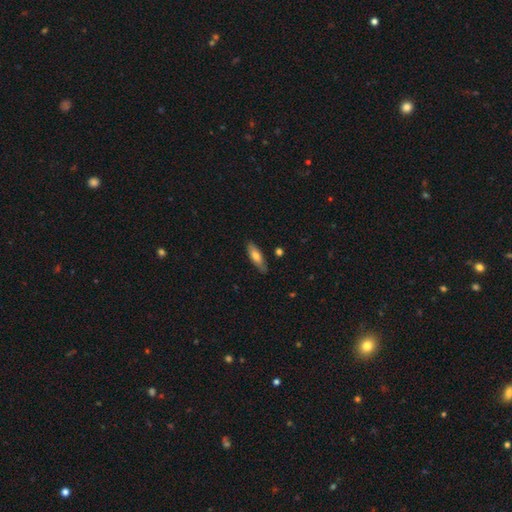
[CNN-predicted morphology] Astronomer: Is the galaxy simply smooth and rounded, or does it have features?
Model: smooth — 68%.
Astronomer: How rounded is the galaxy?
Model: in between — 52% (runner-up: cigar-shaped, 46%).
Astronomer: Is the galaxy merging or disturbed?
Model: none — 83%.